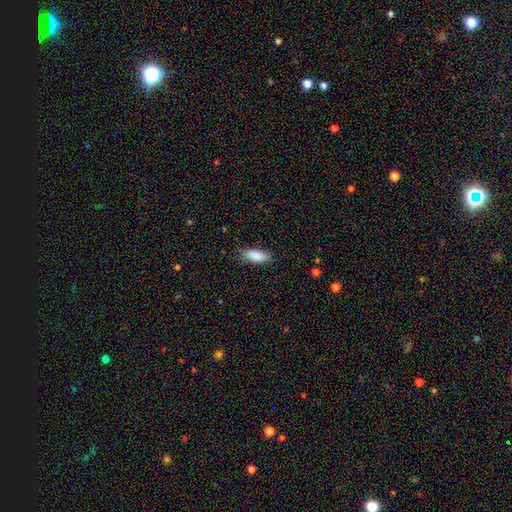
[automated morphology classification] A smooth galaxy with no disk features (87%) that is in between round and cigar-shaped (65%).

Vote fractions:
- Smooth or featured? smooth: 87% / featured or disk: 6% / star or artifact: 6%
- How rounded? in between: 65% / cigar-shaped: 33% / round: 2%
- Merging? none: 85% / minor disturbance: 12% / major disturbance: 2% / merger: 1%